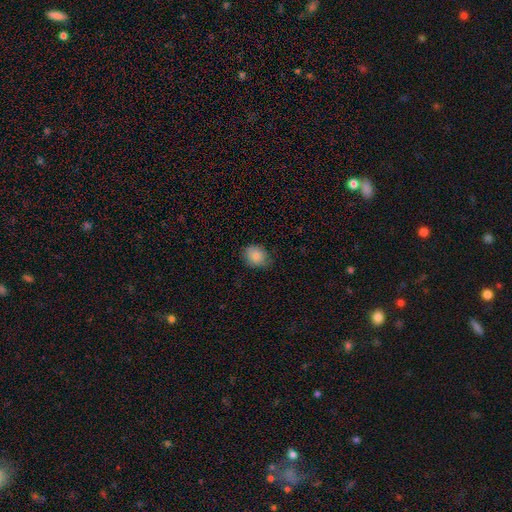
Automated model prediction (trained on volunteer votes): Smooth or featured: smooth — 84% (star or artifact — 8%)
How rounded: round — 66% (in between — 33%)
Merging: none — 73% (minor disturbance — 22%)